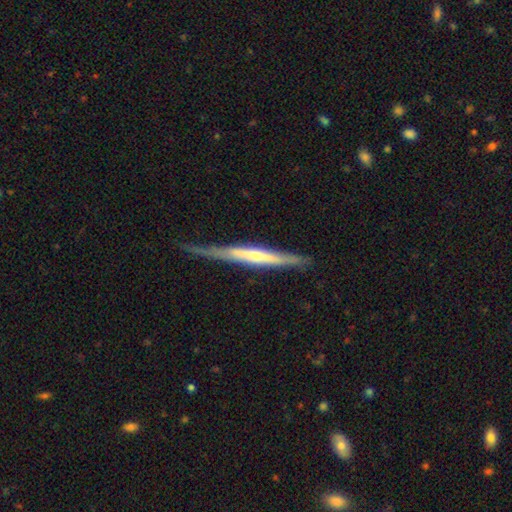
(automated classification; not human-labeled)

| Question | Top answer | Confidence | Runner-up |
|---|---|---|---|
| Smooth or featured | featured or disk | 67% | smooth (28%) |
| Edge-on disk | yes | 94% | no (6%) |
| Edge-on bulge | rounded | 57% | none (35%) |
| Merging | none | 65% | minor disturbance (26%) |